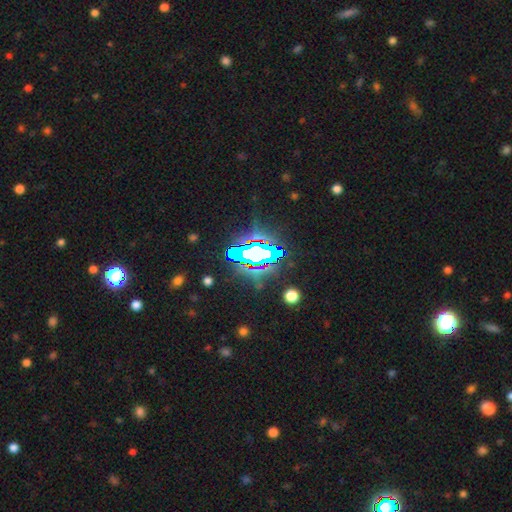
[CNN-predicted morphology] A star or artifact, not a galaxy (66%).